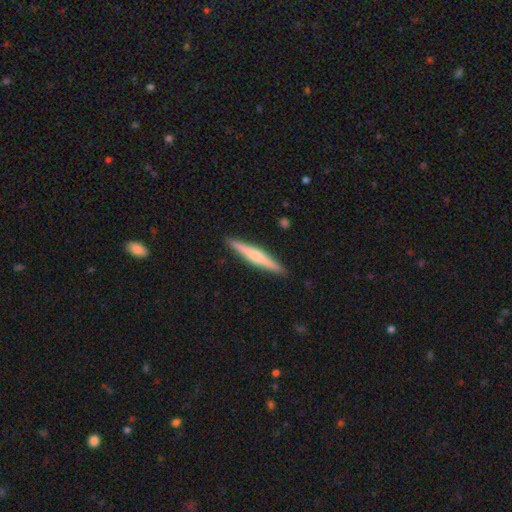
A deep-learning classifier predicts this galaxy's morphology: smooth_or_featured: featured or disk (p=0.54) [alt: smooth p=0.41]
disk_edge_on: yes (p=0.98) [alt: no p=0.02]
edge_on_bulge: rounded (p=0.66) [alt: none p=0.21]
merging: none (p=0.92) [alt: minor disturbance p=0.06]